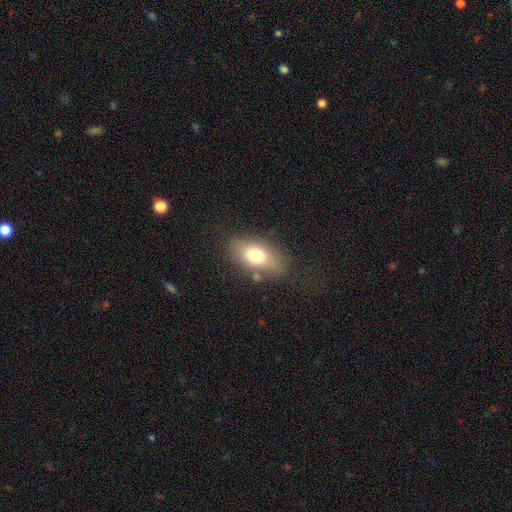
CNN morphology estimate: type=smooth (72%); roundness=in between (86%); merging=none (74%).